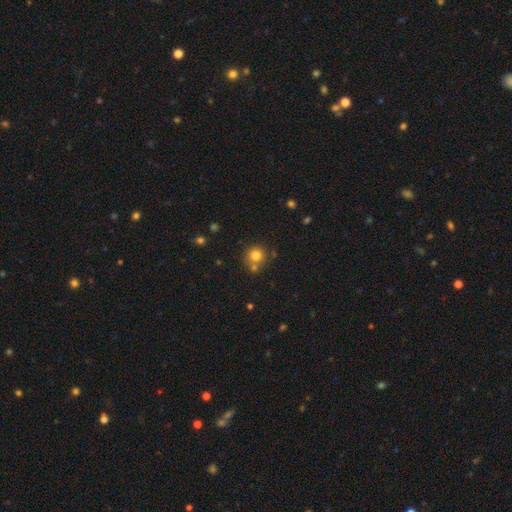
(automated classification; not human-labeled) This is likely a smooth galaxy (78%). How rounded: clearly round (90%). Merging: likely none (66%).